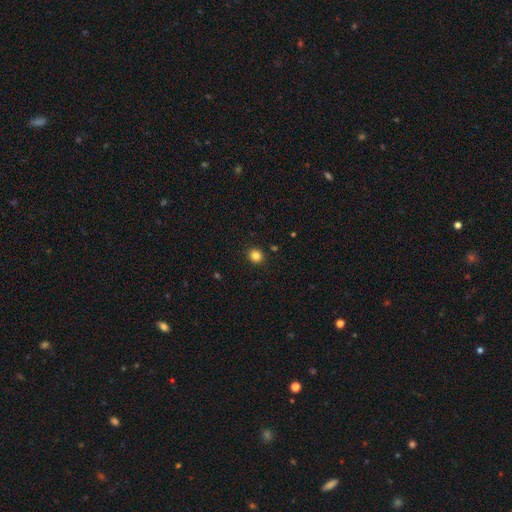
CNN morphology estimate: This is clearly a smooth galaxy (83%). How rounded: clearly round (89%). Merging: clearly none (92%).